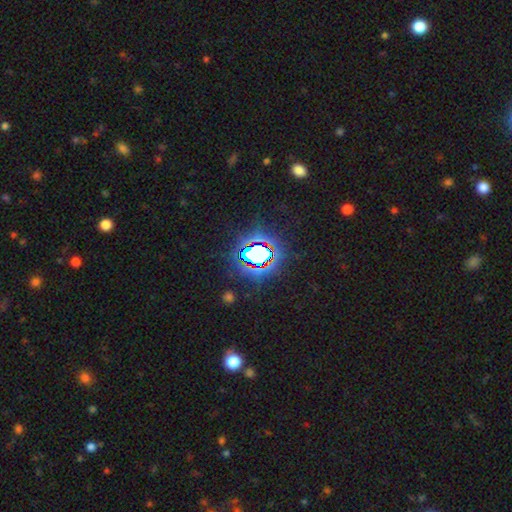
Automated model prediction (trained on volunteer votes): This appears to be a star or artifact, not a galaxy (73%).